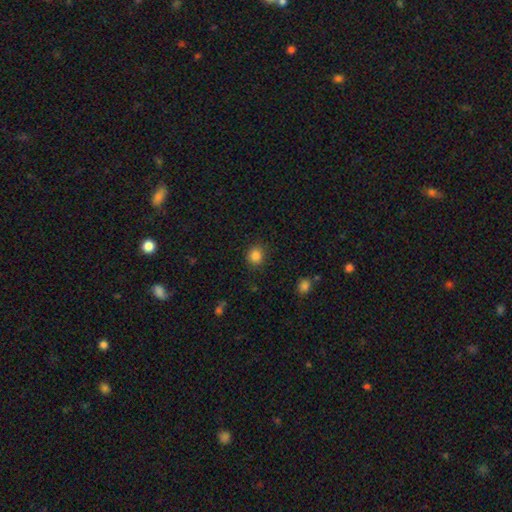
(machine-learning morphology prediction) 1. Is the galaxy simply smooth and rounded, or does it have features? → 85% smooth, 11% star or artifact, 4% featured or disk.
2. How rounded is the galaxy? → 83% round, 16% in between, 1% cigar-shaped.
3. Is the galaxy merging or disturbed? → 87% none, 9% minor disturbance, 3% major disturbance, 1% merger.